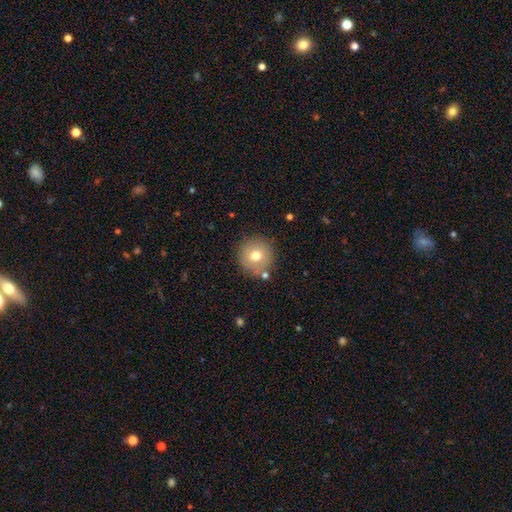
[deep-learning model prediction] Smooth or featured? Predicted: smooth (p=0.72). How rounded? Predicted: round (p=0.94). Merging? Predicted: none (p=0.81).